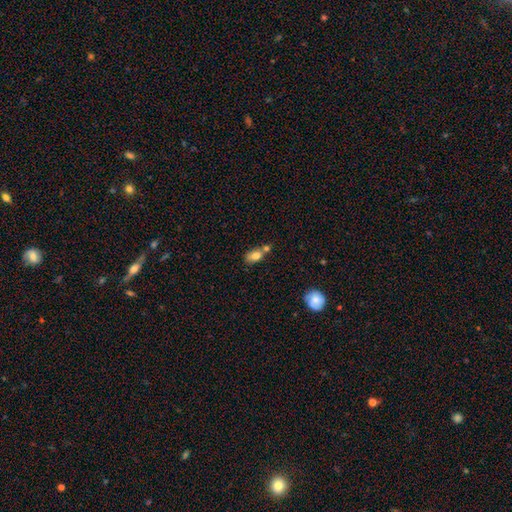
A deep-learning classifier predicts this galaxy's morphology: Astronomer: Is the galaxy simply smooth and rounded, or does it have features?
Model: smooth — 78%.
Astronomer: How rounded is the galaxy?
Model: in between — 80%.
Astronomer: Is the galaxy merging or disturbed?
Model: merger — 42% (runner-up: none, 38%).